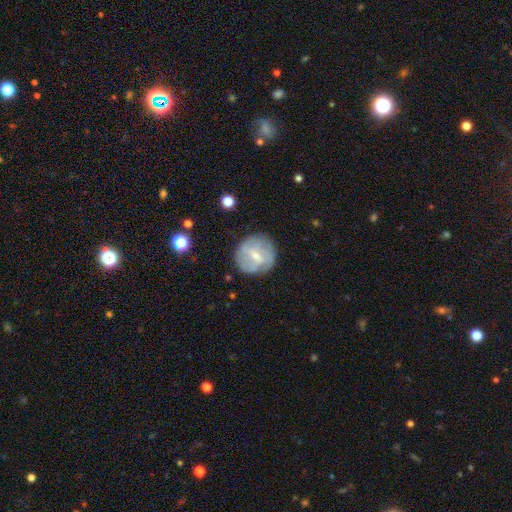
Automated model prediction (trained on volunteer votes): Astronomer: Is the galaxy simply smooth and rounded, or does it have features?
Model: featured or disk — 50% (runner-up: smooth, 43%).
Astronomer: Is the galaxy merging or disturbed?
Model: none — 77%.